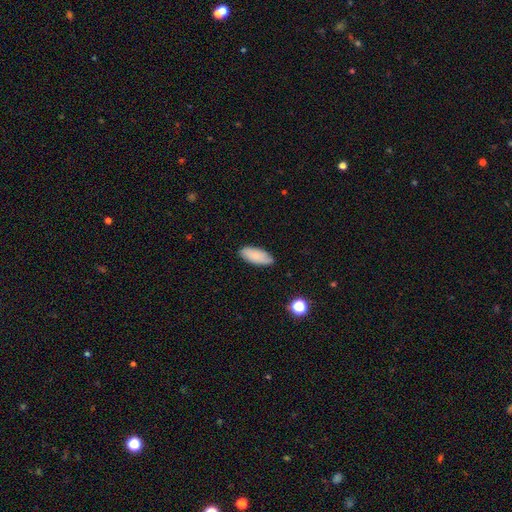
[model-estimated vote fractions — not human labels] A smooth galaxy with no disk features (83%) that is in between round and cigar-shaped (86%). Merging: none (83%).